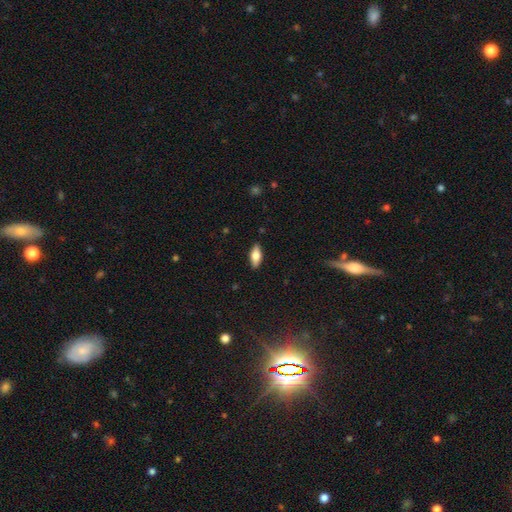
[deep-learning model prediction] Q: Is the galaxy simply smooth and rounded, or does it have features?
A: smooth — 70%.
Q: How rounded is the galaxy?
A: in between — 77%.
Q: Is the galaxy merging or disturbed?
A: none — 88%.